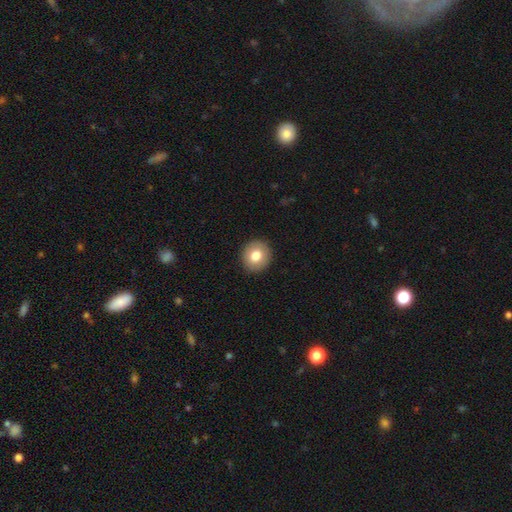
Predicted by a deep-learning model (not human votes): Q: Smooth or featured?
A: smooth (79%); runner-up: featured or disk (13%)
Q: How rounded?
A: round (88%); runner-up: in between (11%)
Q: Merging?
A: none (92%); runner-up: minor disturbance (6%)